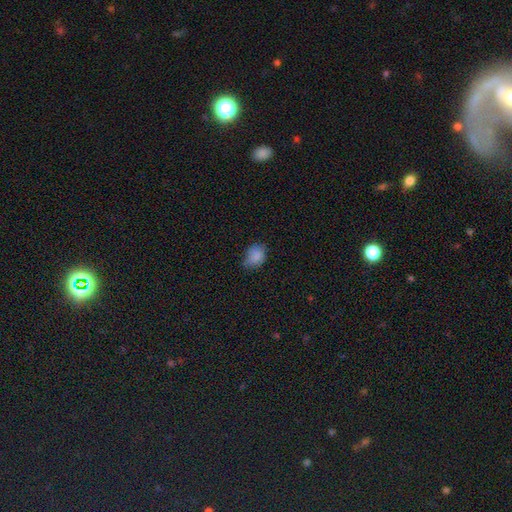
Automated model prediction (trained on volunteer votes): Smooth or featured? Predicted: smooth (p=0.83). How rounded? Predicted: in between (p=0.67). Merging? Predicted: none (p=0.58).